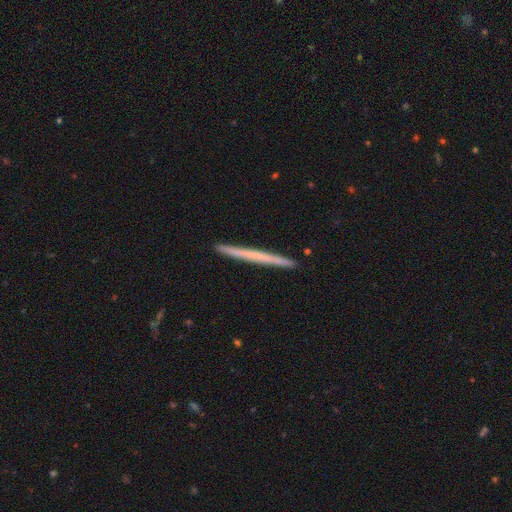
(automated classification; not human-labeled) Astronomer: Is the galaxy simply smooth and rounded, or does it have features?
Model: smooth — 50% (runner-up: featured or disk, 45%).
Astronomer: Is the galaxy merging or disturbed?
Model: none — 93%.